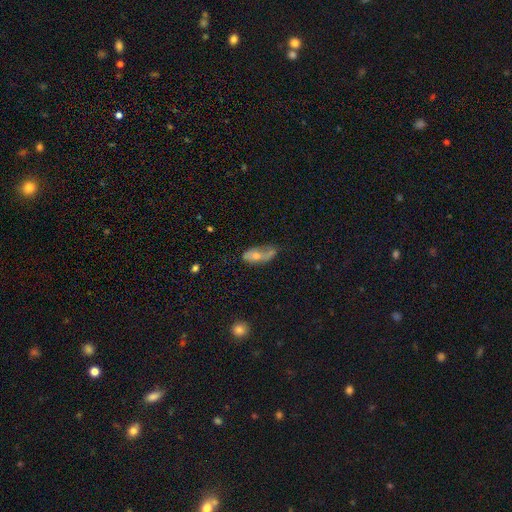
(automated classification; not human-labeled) smooth 51%, featured or disk 39%, star or artifact 9%. Down the decision tree: how rounded — in between (77%); merging — none (37%).